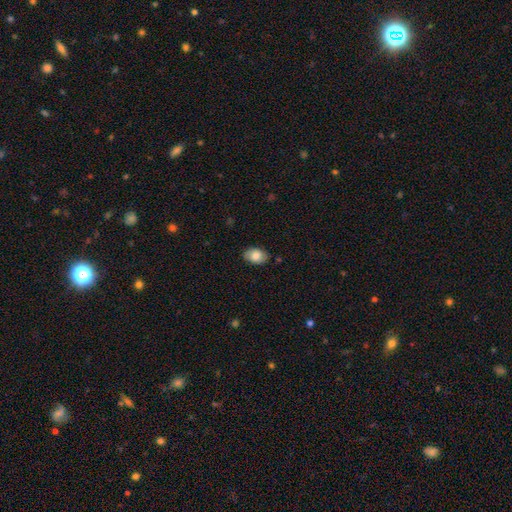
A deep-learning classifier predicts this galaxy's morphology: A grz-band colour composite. It shows a smooth galaxy with no disk features (80%) that is in between round and cigar-shaped (87%). Merging: none (85%).